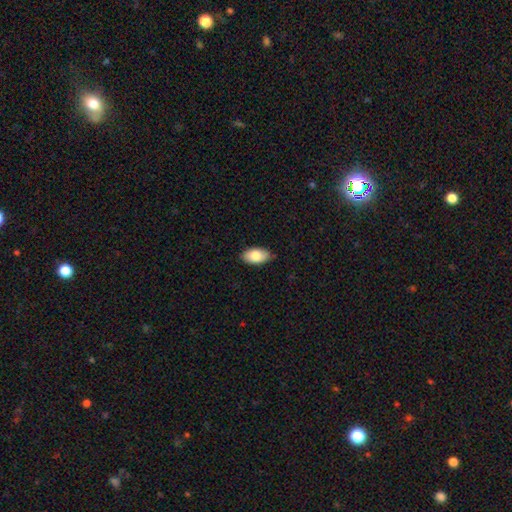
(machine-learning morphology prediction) A smooth galaxy with no disk features (82%) that is in between round and cigar-shaped (94%). Merging: none (83%).